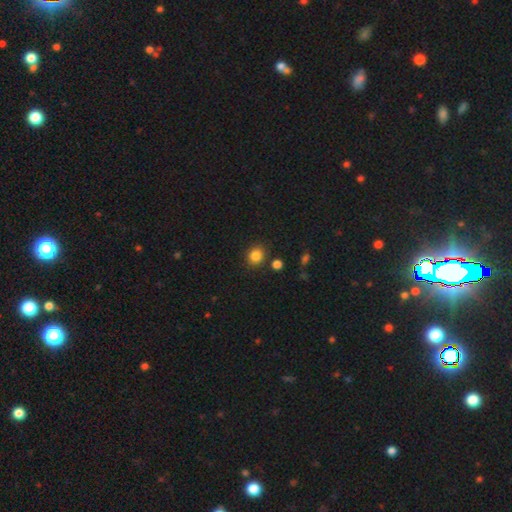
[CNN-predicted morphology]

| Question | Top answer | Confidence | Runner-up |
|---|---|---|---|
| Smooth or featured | smooth | 84% | star or artifact (11%) |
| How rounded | round | 79% | in between (20%) |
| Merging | none | 83% | minor disturbance (9%) |